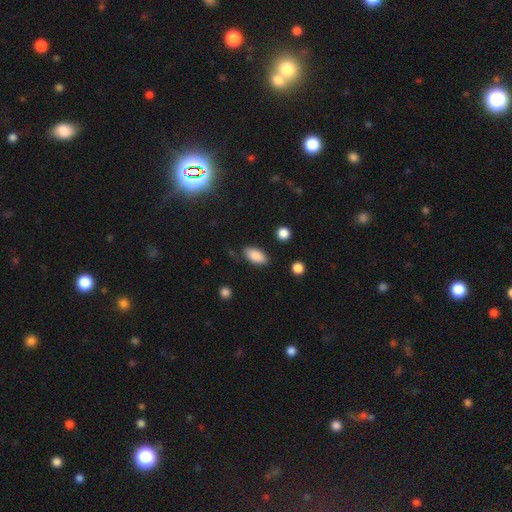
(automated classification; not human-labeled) This is clearly a smooth galaxy (87%). How rounded: clearly in between (91%). Merging: clearly none (81%).